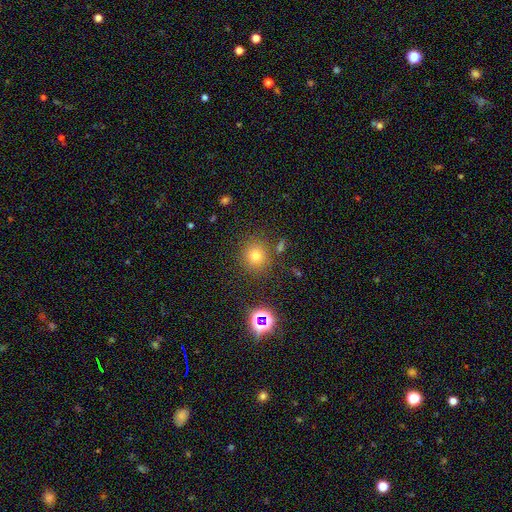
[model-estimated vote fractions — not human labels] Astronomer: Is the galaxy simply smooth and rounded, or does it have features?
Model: smooth — 71%.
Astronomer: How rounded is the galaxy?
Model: round — 93%.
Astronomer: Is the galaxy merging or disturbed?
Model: none — 83%.